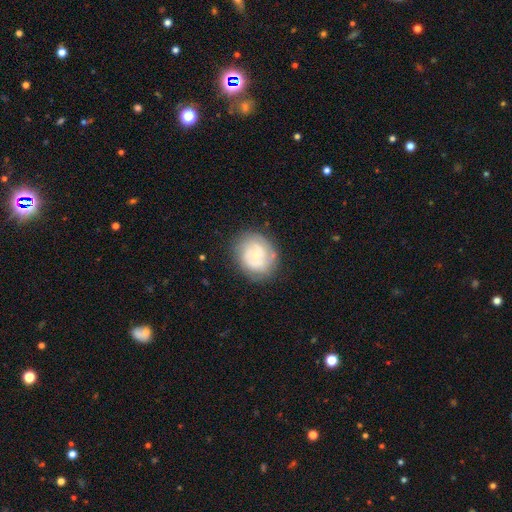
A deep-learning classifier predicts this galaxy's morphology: Overall: featured or disk (59%; smooth 34%). Edge-on disk: no (98%). Bar: no (75%). Spiral arms: yes (75%). Bulge size: small (68%). Merging: none (72%).